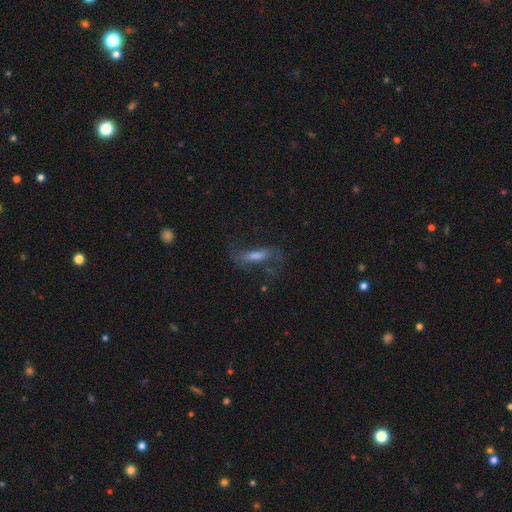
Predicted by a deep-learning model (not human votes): Morphology: type=featured or disk (57%); edge-on=no (75%); merging=none (55%).